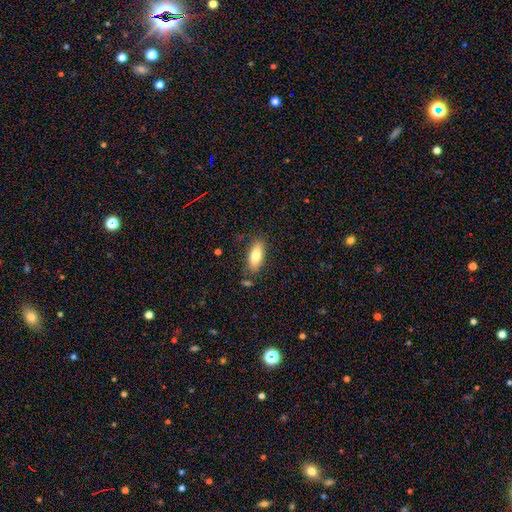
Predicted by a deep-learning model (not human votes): Smooth or featured: smooth — 80% (featured or disk — 14%)
How rounded: in between — 79% (cigar-shaped — 18%)
Merging: none — 79% (minor disturbance — 14%)